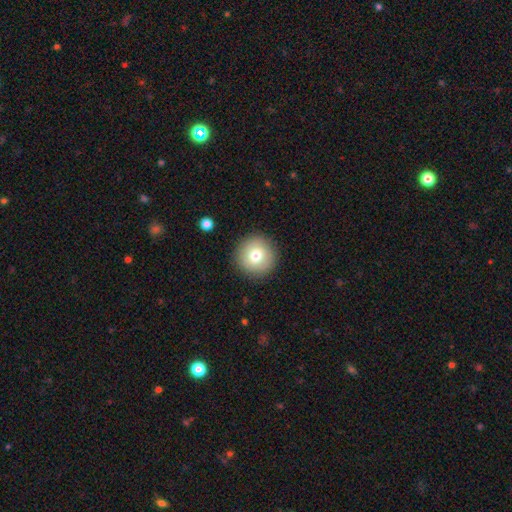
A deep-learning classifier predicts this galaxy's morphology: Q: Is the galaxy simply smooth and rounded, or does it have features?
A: smooth — 76%.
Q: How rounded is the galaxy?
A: round — 95%.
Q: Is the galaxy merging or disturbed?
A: none — 91%.